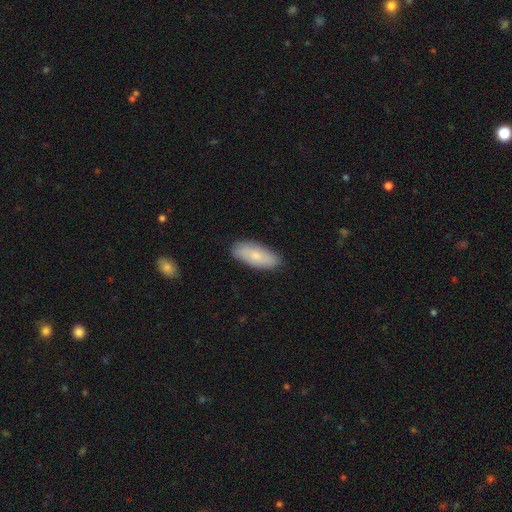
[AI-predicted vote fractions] Morphology: type=smooth (72%); roundness=in between (79%); merging=none (85%).